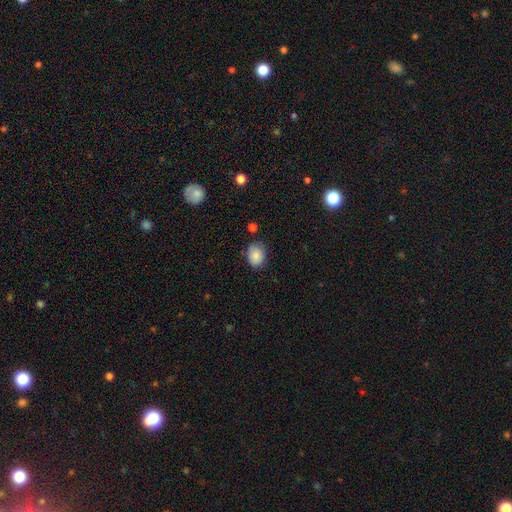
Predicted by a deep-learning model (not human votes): The model was most divided on "how rounded": in between: 59%, round: 40%, cigar-shaped: 1%. More confident: smooth or featured — smooth (85%); merging — none (75%).